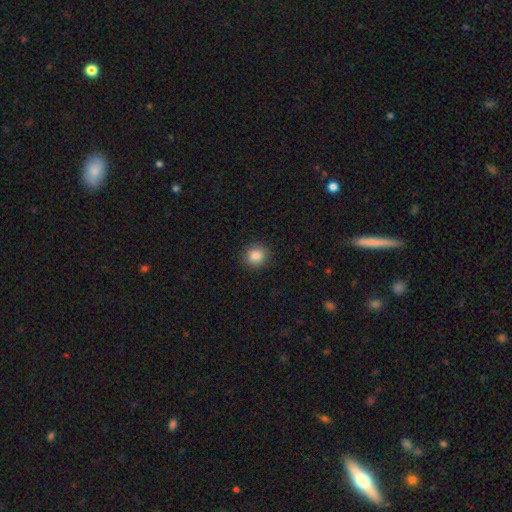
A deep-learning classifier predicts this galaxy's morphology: Smooth or featured? smooth (86%)
How rounded? round (86%)
Merging? none (88%)